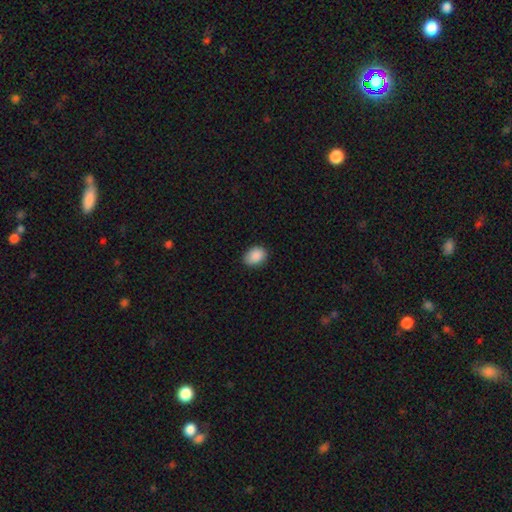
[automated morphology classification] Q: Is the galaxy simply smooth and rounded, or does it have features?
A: smooth — 90%.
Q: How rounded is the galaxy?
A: in between — 74%.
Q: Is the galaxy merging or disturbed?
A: none — 85%.